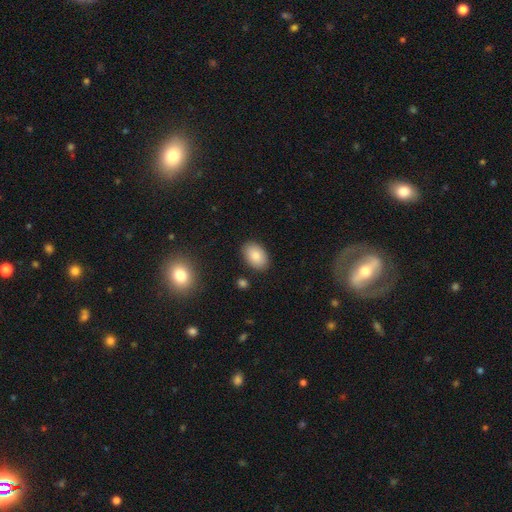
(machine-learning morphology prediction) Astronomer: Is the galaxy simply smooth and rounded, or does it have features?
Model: smooth — 85%.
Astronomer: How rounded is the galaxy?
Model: in between — 88%.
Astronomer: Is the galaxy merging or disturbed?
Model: none — 87%.